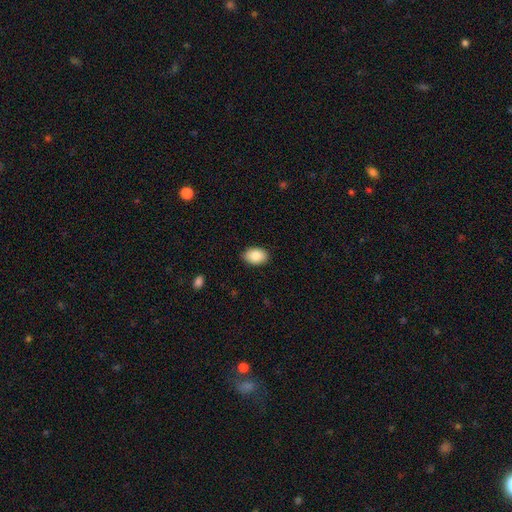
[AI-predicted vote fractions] smooth_or_featured: smooth (p=0.87) [alt: star or artifact p=0.07]
how_rounded: in between (p=0.86) [alt: round p=0.13]
merging: none (p=0.87) [alt: minor disturbance p=0.10]